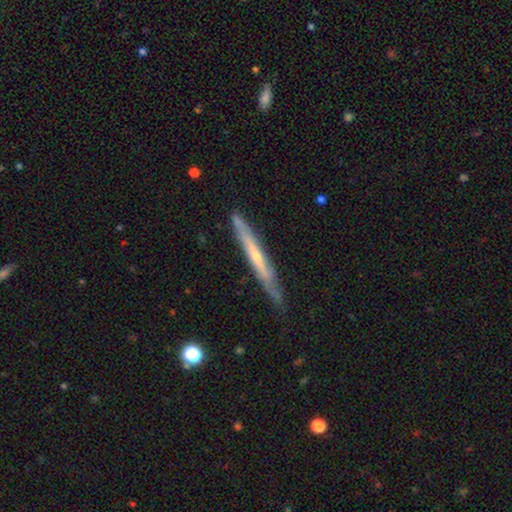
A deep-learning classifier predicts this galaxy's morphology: smooth_or_featured: featured or disk (p=0.59) [alt: smooth p=0.35]
disk_edge_on: yes (p=0.91) [alt: no p=0.09]
edge_on_bulge: none (p=0.60) [alt: rounded p=0.34]
merging: none (p=0.75) [alt: minor disturbance p=0.20]